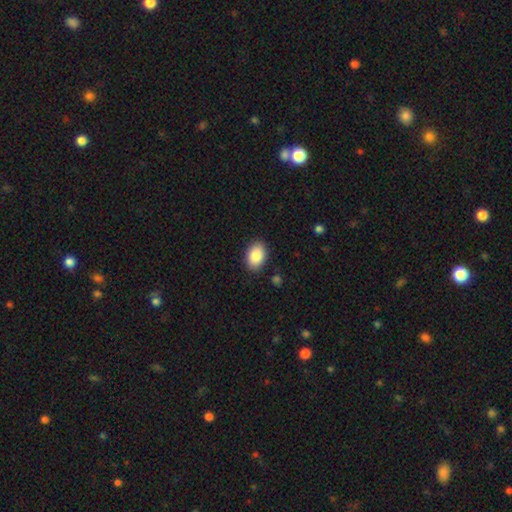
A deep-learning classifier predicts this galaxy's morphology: This appears to be a smooth galaxy with no disk features (87%) that is in between round and cigar-shaped (86%). Merging: none (88%).